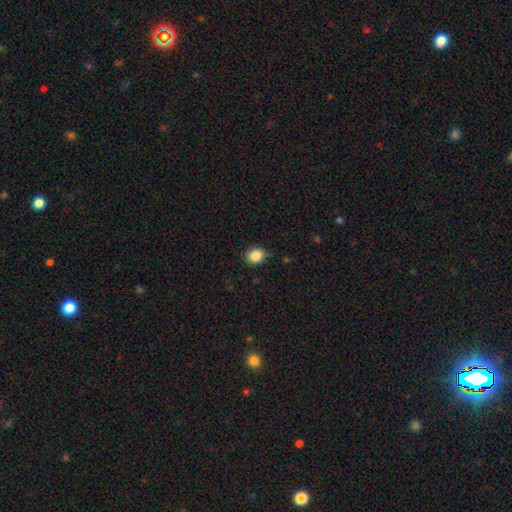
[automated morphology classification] Overall: smooth (85%). How rounded: round (72%). Merging: none (81%).